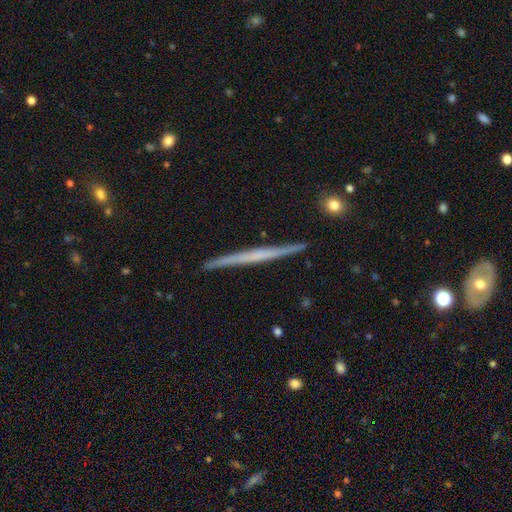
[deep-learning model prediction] featured or disk 65%, smooth 29%, star or artifact 6%. Down the decision tree: edge-on disk — yes (98%); edge-on bulge — none (82%); merging — none (92%).